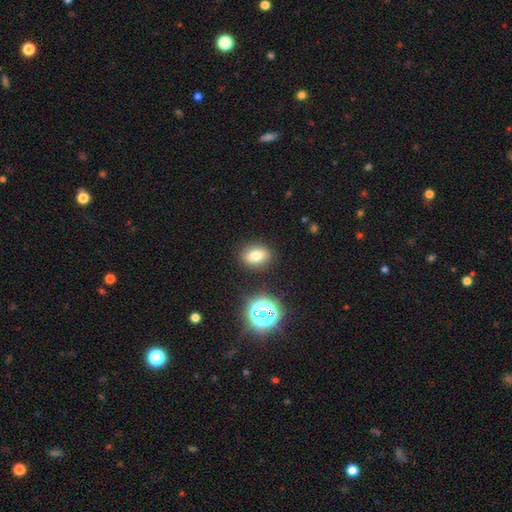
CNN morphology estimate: type=smooth (74%); roundness=in between (69%); merging=none (86%).